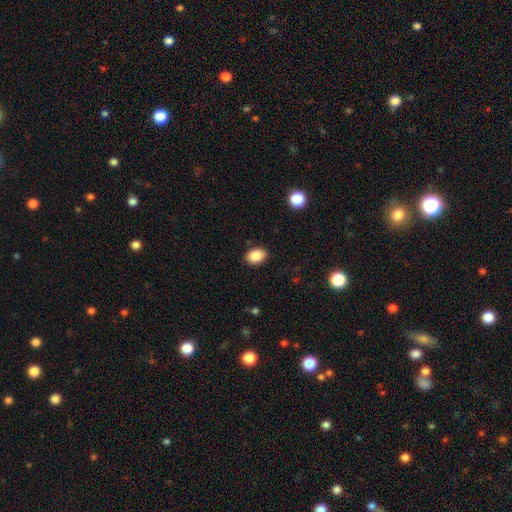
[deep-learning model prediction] Smooth or featured? Predicted: smooth (p=0.88). How rounded? Predicted: in between (p=0.79). Merging? Predicted: none (p=0.88).